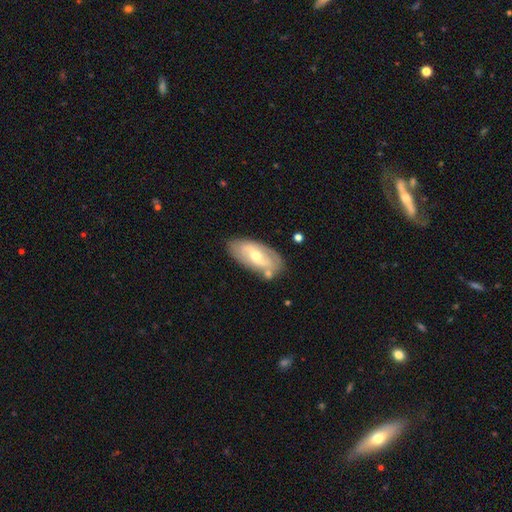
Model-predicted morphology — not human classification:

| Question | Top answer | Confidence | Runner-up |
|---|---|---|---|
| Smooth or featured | featured or disk | 61% | smooth (33%) |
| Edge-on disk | no | 89% | yes (11%) |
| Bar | weak | 44% | no (31%) |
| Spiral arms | yes | 61% | no (39%) |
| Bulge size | moderate | 60% | small (36%) |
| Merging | none | 73% | minor disturbance (16%) |